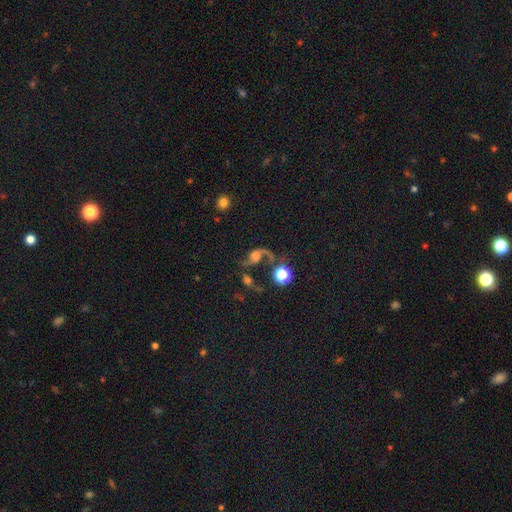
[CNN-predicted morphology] Smooth or featured?
  - featured or disk: 71% *
  - smooth: 16%
  - star or artifact: 13%
Edge-on disk?
  - no: 96% *
  - yes: 4%
Bar?
  - no: 61% *
  - weak: 31%
  - strong: 9%
Spiral arms?
  - yes: 92% *
  - no: 8%
Spiral winding?
  - loose: 83% *
  - medium: 14%
  - tight: 3%
Spiral arm count?
  - 2: 80% *
  - 1: 15%
  - can't tell: 2%
  - 3: 1%
  - 4: 1%
  - more than 4: 1%
Bulge size?
  - moderate: 33% *
  - small: 23%
  - large: 20%
  - none: 19%
  - dominant: 5%
Merging?
  - none: 43% *
  - major disturbance: 26%
  - minor disturbance: 16%
  - merger: 15%